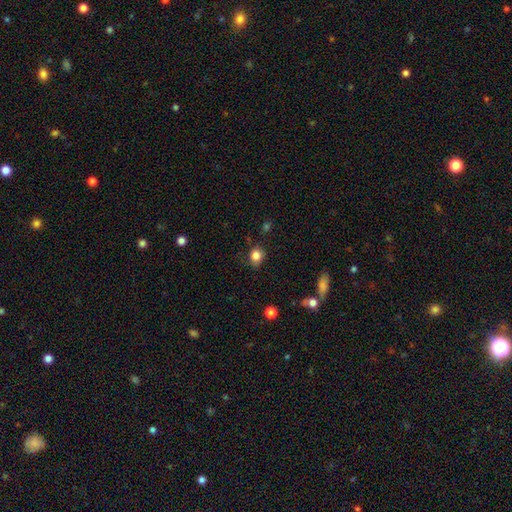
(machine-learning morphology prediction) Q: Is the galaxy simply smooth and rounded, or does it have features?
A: smooth — 83%.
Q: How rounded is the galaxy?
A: round — 67%.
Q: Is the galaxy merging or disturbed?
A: none — 76%.